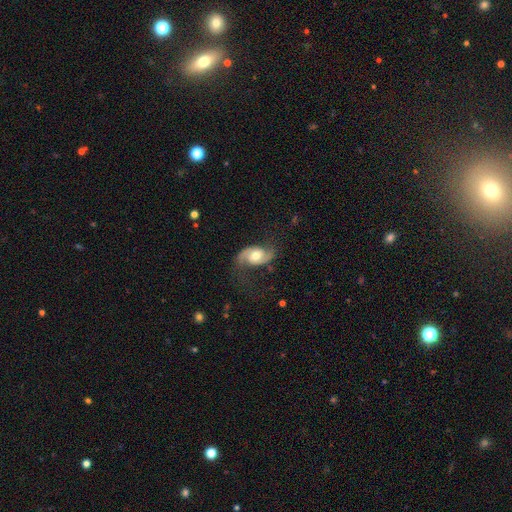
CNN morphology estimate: Smooth or featured?
  - featured or disk: 83% *
  - smooth: 12%
  - star or artifact: 5%
Edge-on disk?
  - no: 97% *
  - yes: 3%
Bar?
  - no: 61% *
  - weak: 31%
  - strong: 8%
Spiral arms?
  - yes: 95% *
  - no: 5%
Spiral winding?
  - loose: 47% *
  - medium: 40%
  - tight: 13%
Spiral arm count?
  - 2: 92% *
  - can't tell: 3%
  - 1: 3%
  - 3: 1%
  - 4: 1%
  - more than 4: 1%
Bulge size?
  - moderate: 71% *
  - small: 16%
  - large: 11%
  - none: 1%
  - dominant: 1%
Merging?
  - none: 66% *
  - minor disturbance: 19%
  - major disturbance: 13%
  - merger: 2%